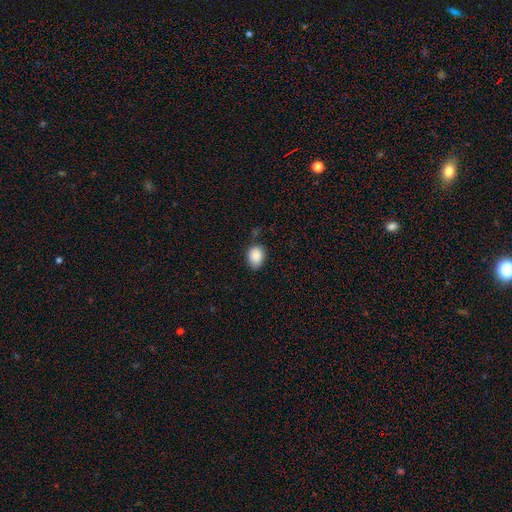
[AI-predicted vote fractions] Smooth or featured? Predicted: smooth (p=0.88). How rounded? Predicted: in between (p=0.63). Merging? Predicted: none (p=0.72).